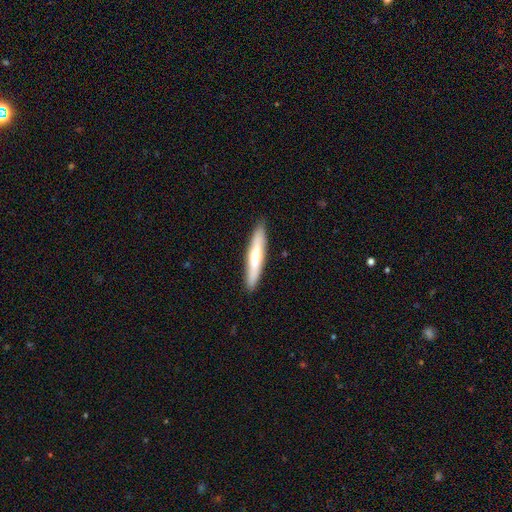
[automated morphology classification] smooth_or_featured: smooth (p=0.52) [alt: featured or disk p=0.43]
how_rounded: cigar-shaped (p=0.89) [alt: in between p=0.10]
merging: none (p=0.90) [alt: minor disturbance p=0.08]